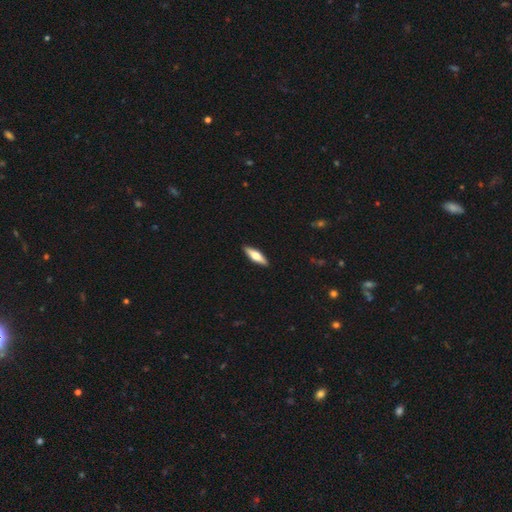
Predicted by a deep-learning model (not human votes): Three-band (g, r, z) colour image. It shows a smooth galaxy with no disk features (50%). Merging: none (91%).